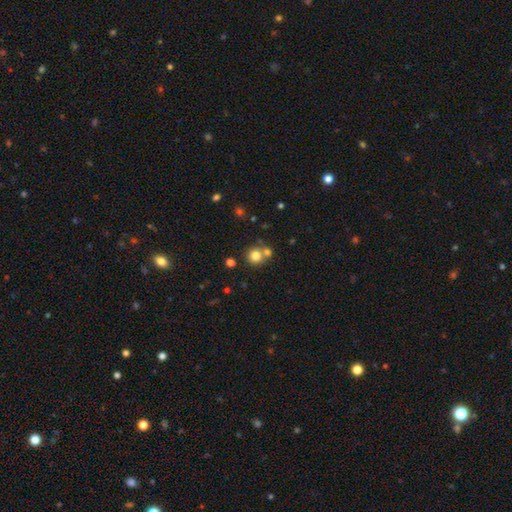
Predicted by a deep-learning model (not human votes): smooth_or_featured: smooth (p=0.78) [alt: star or artifact p=0.12]
how_rounded: round (p=0.90) [alt: in between p=0.09]
merging: none (p=0.58) [alt: merger p=0.31]